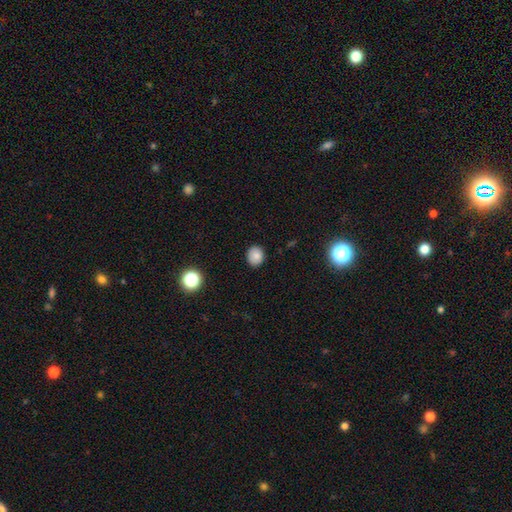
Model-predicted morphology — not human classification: A smooth galaxy with no disk features (84%) that is round (66%). Merging: none (88%).